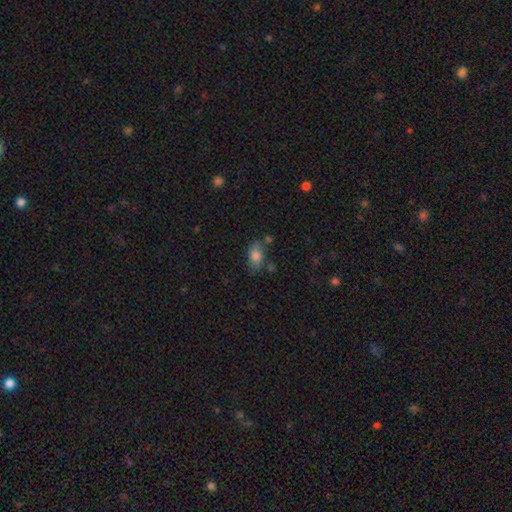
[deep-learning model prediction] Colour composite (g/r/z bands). It shows a smooth galaxy with no disk features (80%) that is in between round and cigar-shaped (88%). Merging: none (65%).